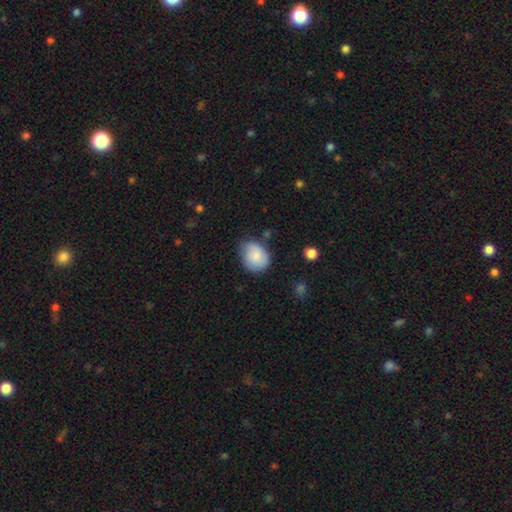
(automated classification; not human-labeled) Overall: smooth (75%). How rounded: round (51%; in between 48%). Merging: none (60%; minor disturbance 30%).